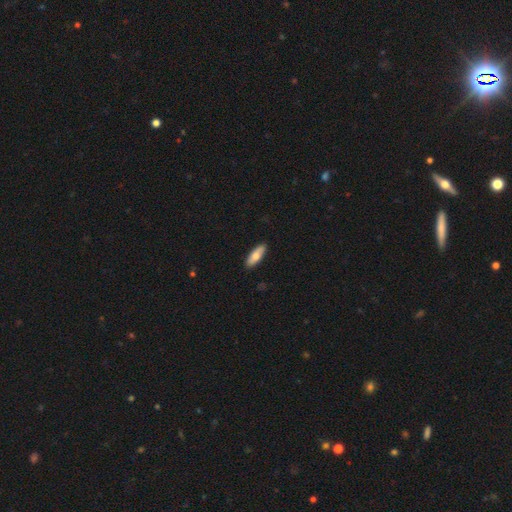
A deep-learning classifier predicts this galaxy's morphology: The model was most divided on "how rounded": in between: 59%, cigar-shaped: 39%, round: 2%. More confident: merging — none (89%); smooth or featured — smooth (73%).